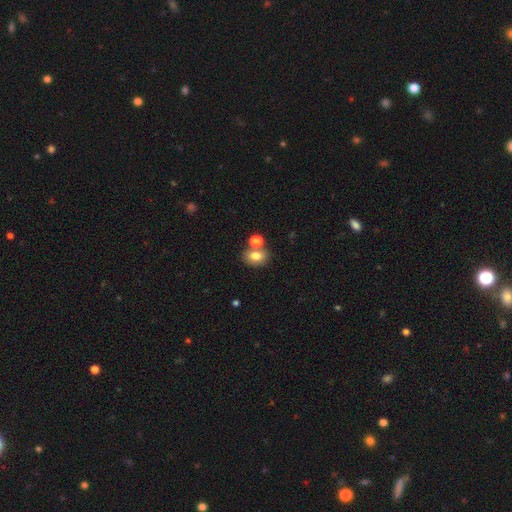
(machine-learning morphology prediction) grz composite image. It shows a smooth galaxy with no disk features (77%) that is in between round and cigar-shaped (59%). Merging: none (58%).